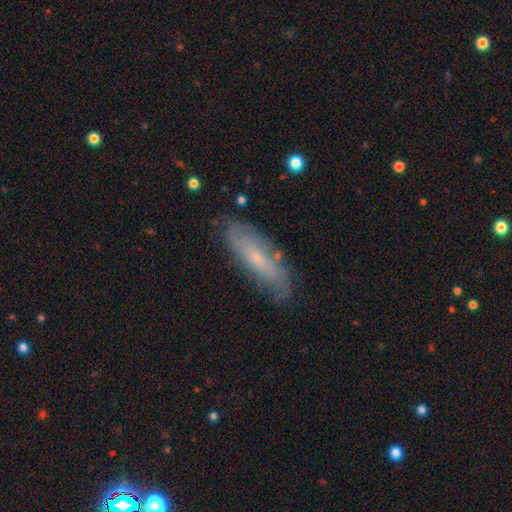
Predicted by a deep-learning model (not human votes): Smooth or featured: featured or disk — 46% (smooth — 38%)
Merging: none — 82% (minor disturbance — 13%)